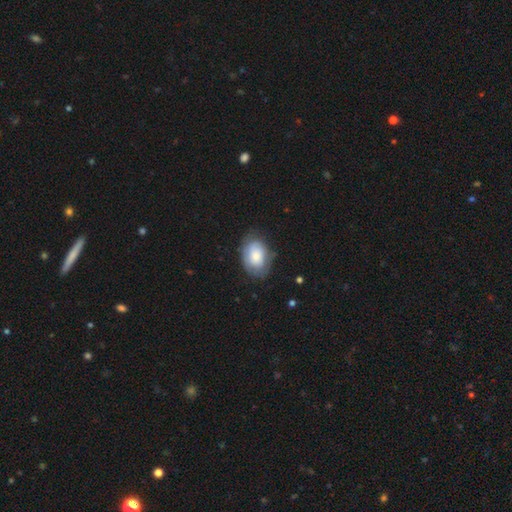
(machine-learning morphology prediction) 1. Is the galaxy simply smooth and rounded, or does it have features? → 68% smooth, 26% featured or disk, 7% star or artifact.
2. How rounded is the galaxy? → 82% in between, 17% round, 1% cigar-shaped.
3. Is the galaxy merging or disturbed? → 66% none, 25% minor disturbance, 8% major disturbance, 1% merger.